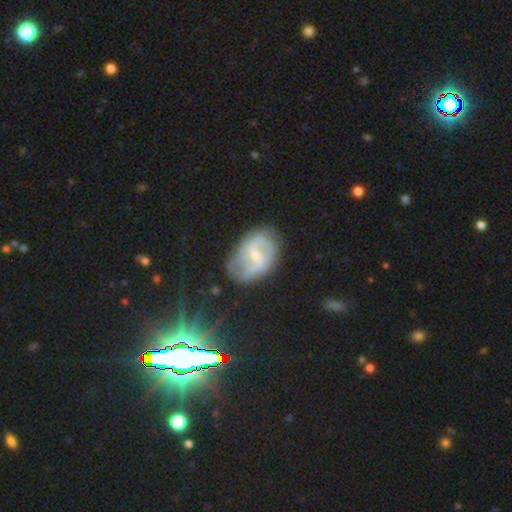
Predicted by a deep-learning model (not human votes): Smooth or featured?
  - featured or disk: 76% *
  - smooth: 16%
  - star or artifact: 8%
Edge-on disk?
  - no: 96% *
  - yes: 4%
Bar?
  - weak: 50% *
  - no: 26%
  - strong: 25%
Spiral arms?
  - yes: 86% *
  - no: 14%
Spiral winding?
  - loose: 44% *
  - medium: 39%
  - tight: 17%
Spiral arm count?
  - 2: 74% *
  - can't tell: 15%
  - 3: 4%
  - 1: 4%
  - 4: 2%
  - more than 4: 2%
Bulge size?
  - small: 67% *
  - moderate: 28%
  - none: 3%
  - large: 1%
  - dominant: 1%
Merging?
  - none: 62% *
  - minor disturbance: 24%
  - major disturbance: 11%
  - merger: 2%